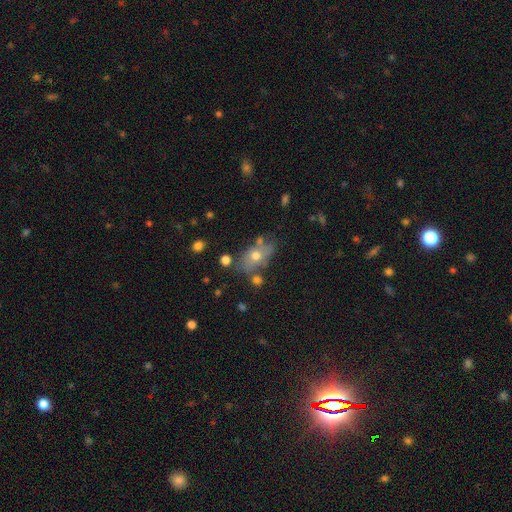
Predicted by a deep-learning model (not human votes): smooth-or-featured: smooth: 60% | featured or disk: 28% | star or artifact: 12%
  how-rounded: in between: 79% | round: 17% | cigar-shaped: 4%
  merging: none: 62% | minor disturbance: 20% | merger: 12% | major disturbance: 7%